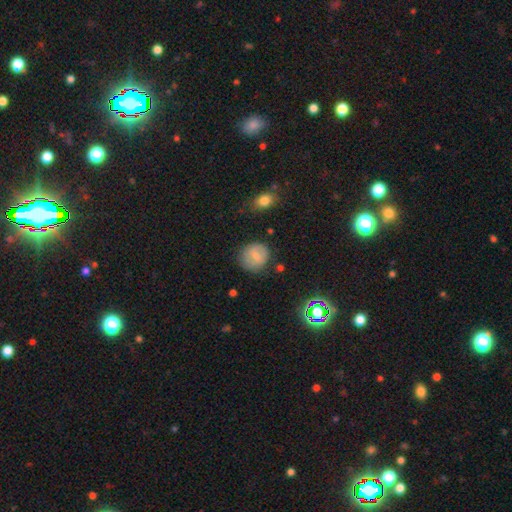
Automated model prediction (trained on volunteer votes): smooth 68%, featured or disk 23%, star or artifact 9%. Down the decision tree: how rounded — round (78%); merging — none (77%).